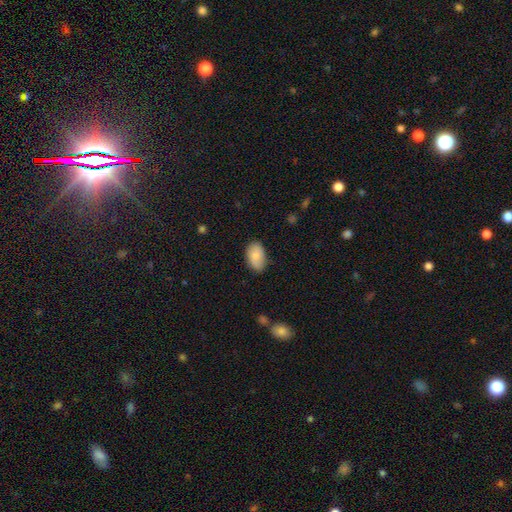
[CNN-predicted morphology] This appears to be a smooth galaxy with no disk features (84%) that is in between round and cigar-shaped (92%). Merging: none (74%).